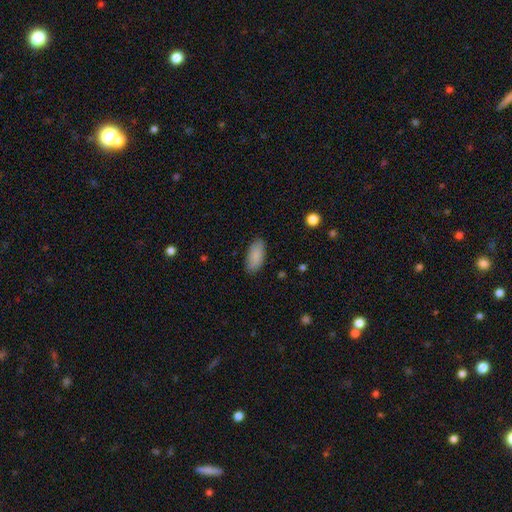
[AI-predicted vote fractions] Smooth or featured: smooth — 88% (featured or disk — 6%)
How rounded: in between — 91% (cigar-shaped — 7%)
Merging: none — 86% (minor disturbance — 11%)